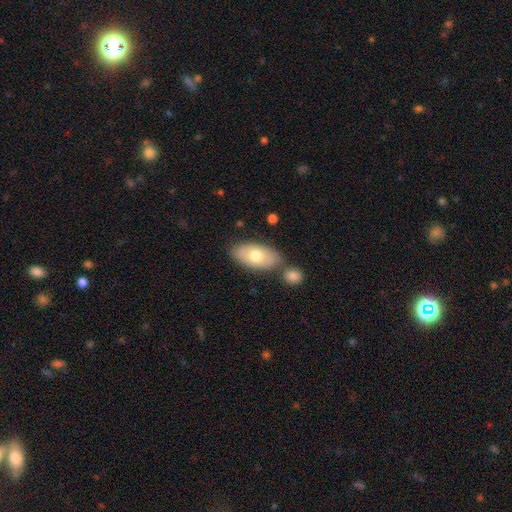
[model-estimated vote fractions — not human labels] Smooth or featured? smooth (67%)
How rounded? in between (92%)
Merging? none (65%)